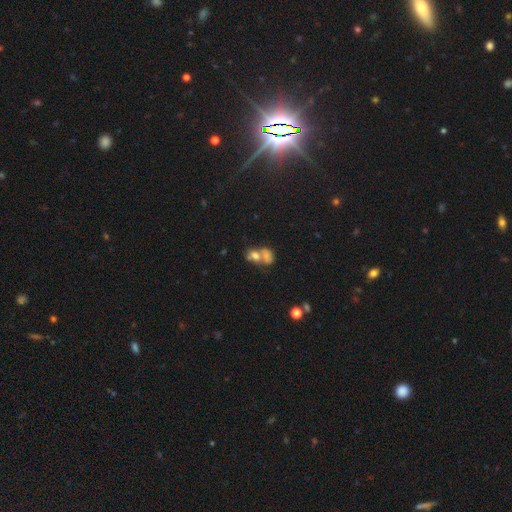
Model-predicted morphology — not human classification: A smooth galaxy with no disk features (64%) that is in between round and cigar-shaped (65%). Merging: merger (72%).